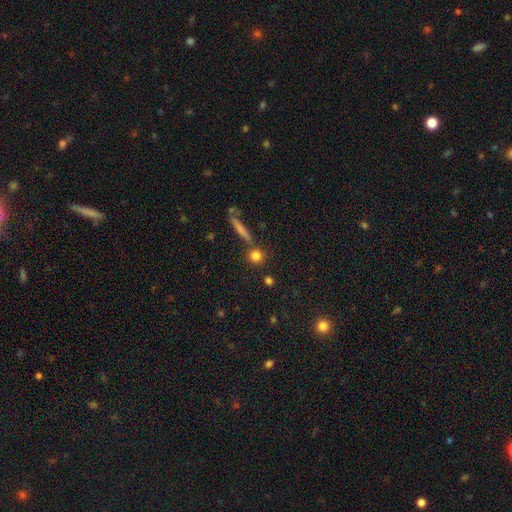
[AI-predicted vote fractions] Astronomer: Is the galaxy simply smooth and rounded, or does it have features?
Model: smooth — 79%.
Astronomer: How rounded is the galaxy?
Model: round — 86%.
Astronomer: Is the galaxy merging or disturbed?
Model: none — 75%.